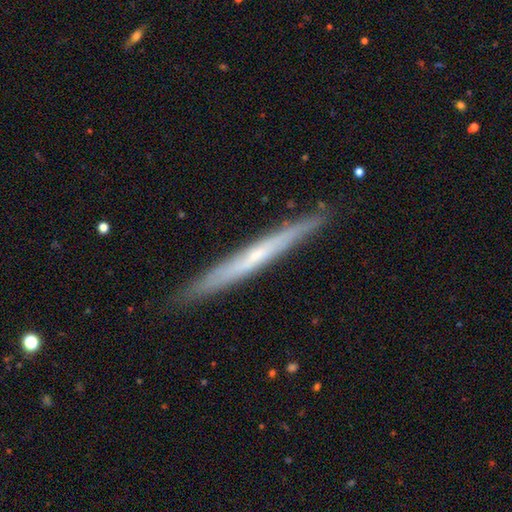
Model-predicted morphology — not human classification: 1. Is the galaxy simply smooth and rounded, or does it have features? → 61% featured or disk, 33% smooth, 6% star or artifact.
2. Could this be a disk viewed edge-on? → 95% yes, 5% no.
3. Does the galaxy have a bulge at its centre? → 69% none, 26% rounded, 4% boxy.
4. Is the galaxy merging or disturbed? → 90% none, 8% minor disturbance, 1% major disturbance, 1% merger.